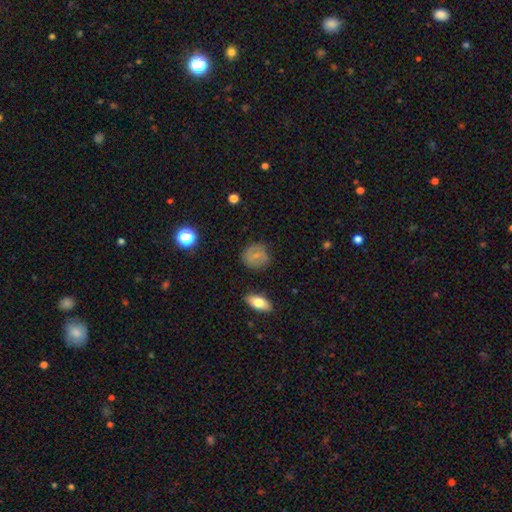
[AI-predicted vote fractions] The model was most divided on "smooth or featured": smooth: 64%, featured or disk: 26%, star or artifact: 10%. More confident: how rounded — round (82%); merging — none (79%).